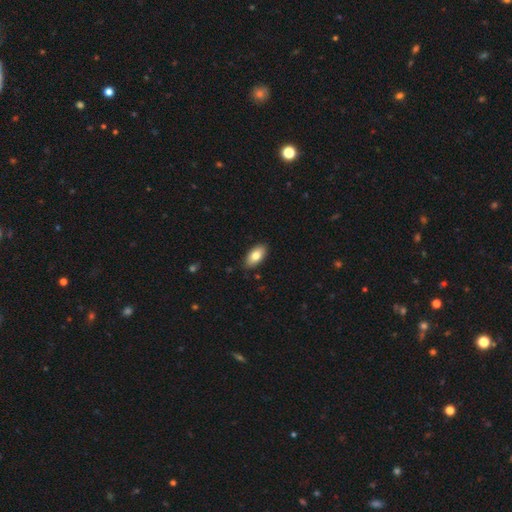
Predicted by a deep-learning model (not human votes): A smooth galaxy with no disk features (81%) that is in between round and cigar-shaped (92%). Merging: none (88%).